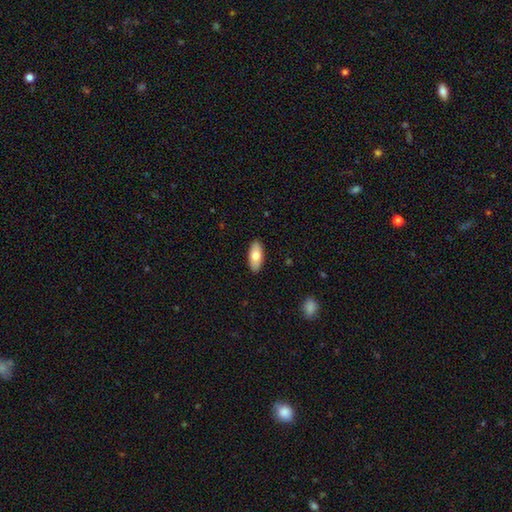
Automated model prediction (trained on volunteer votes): Overall: smooth (77%). How rounded: in between (89%). Merging: none (90%).